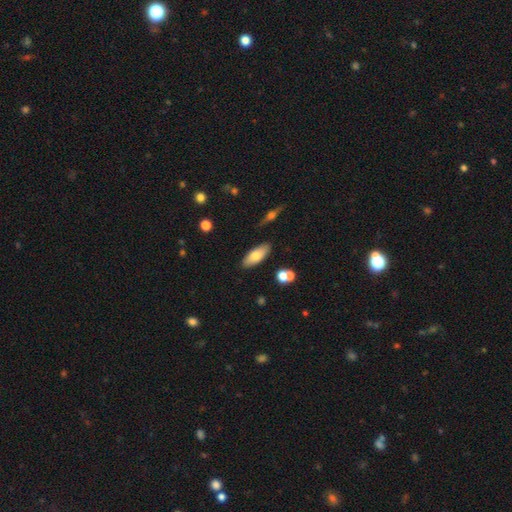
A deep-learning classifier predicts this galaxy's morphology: This is likely a smooth galaxy (71%). How rounded: likely in between (76%). Merging: clearly none (83%).